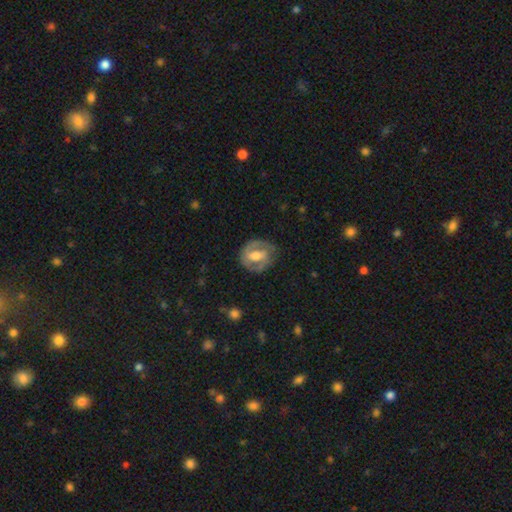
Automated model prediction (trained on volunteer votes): Smooth or featured: featured or disk — 70% (smooth — 25%)
Edge-on disk: no — 97% (yes — 3%)
Bar: weak — 45% (strong — 32%)
Spiral arms: yes — 76% (no — 24%)
Spiral winding: medium — 43% (tied with tight — 43%)
Spiral arm count: 2 — 78% (can't tell — 11%)
Bulge size: moderate — 64% (small — 16%)
Merging: none — 75% (minor disturbance — 17%)